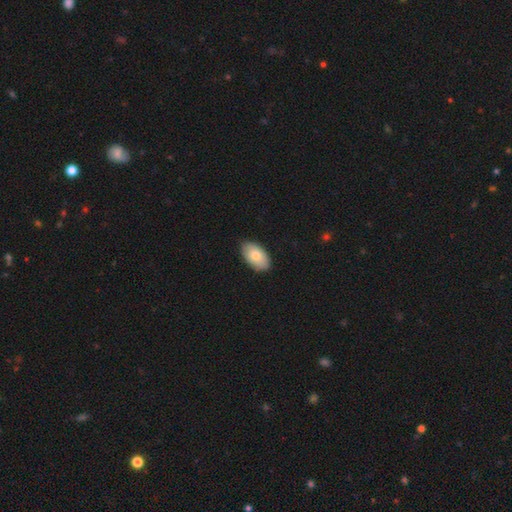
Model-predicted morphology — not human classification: smooth 78%, featured or disk 16%, star or artifact 6%. Down the decision tree: how rounded — in between (95%); merging — none (86%).